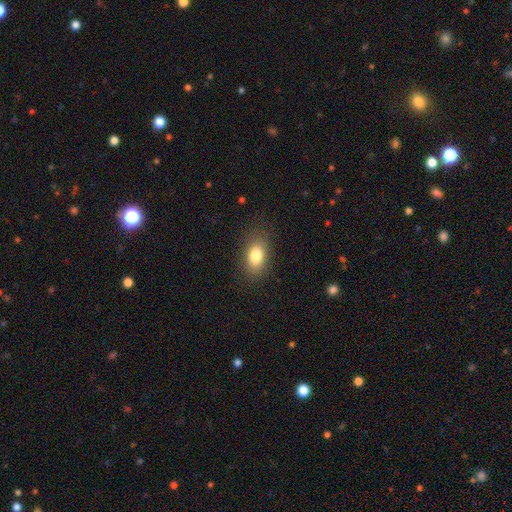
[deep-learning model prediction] Smooth or featured? Predicted: smooth (p=0.81). How rounded? Predicted: in between (p=0.86). Merging? Predicted: none (p=0.83).